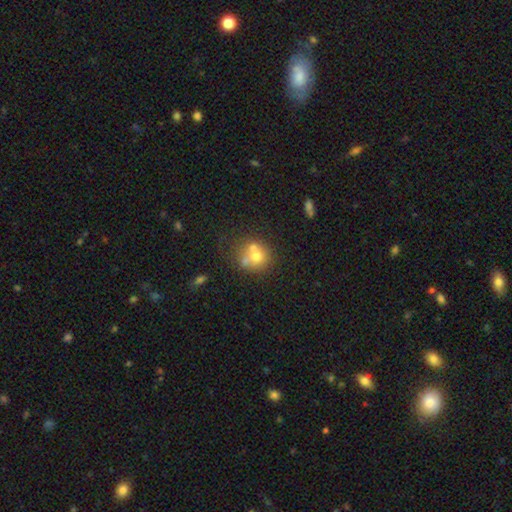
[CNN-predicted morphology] Smooth or featured: smooth — 59% (featured or disk — 28%)
How rounded: round — 79% (in between — 20%)
Merging: merger — 44% (none — 39%)